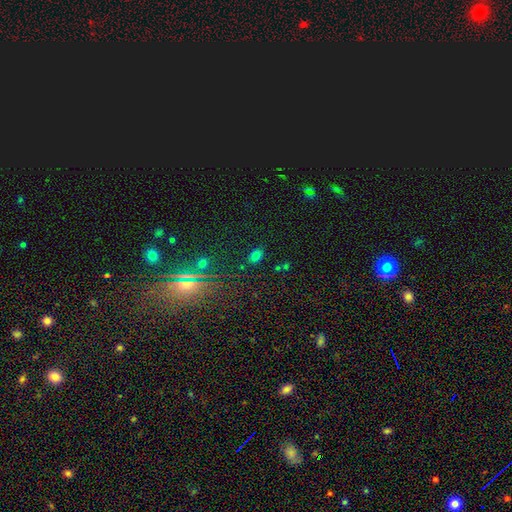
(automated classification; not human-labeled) smooth 66%, star or artifact 26%, featured or disk 8%. Down the decision tree: how rounded — in between (78%); merging — none (83%).